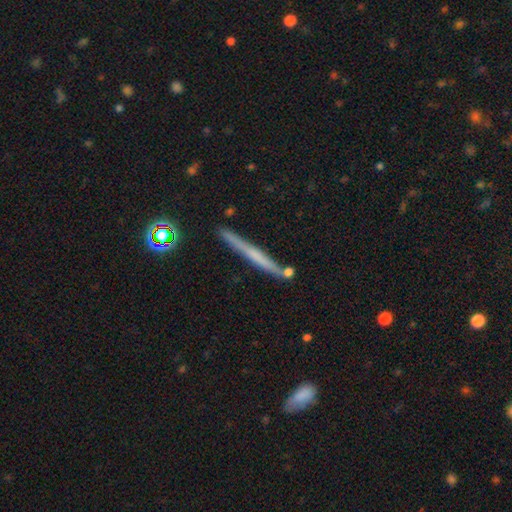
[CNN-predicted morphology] This is possibly a featured or disk galaxy (50%). It is clearly viewed edge-on (96%). Merging: clearly none (84%).